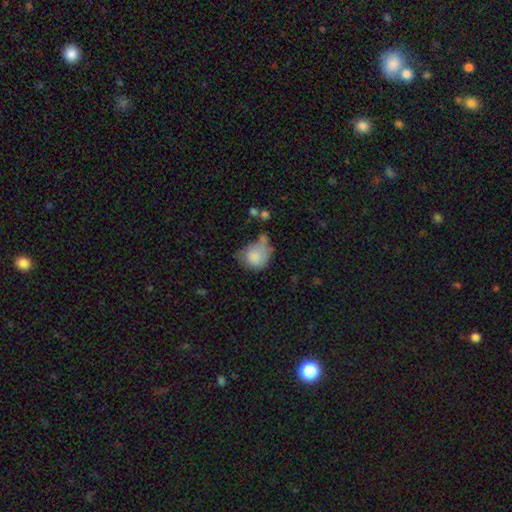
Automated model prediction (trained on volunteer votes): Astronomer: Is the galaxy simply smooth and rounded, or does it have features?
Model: smooth — 77%.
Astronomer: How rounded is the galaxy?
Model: round — 57% (runner-up: in between, 42%).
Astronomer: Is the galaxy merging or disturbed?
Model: minor disturbance — 35% (runner-up: major disturbance, 27%).